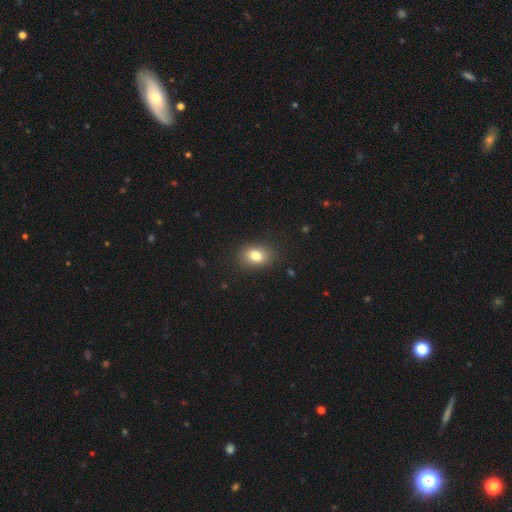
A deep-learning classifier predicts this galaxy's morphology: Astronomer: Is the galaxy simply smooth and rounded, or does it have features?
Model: smooth — 81%.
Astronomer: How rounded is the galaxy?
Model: in between — 69%.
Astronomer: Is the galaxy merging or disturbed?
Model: none — 86%.